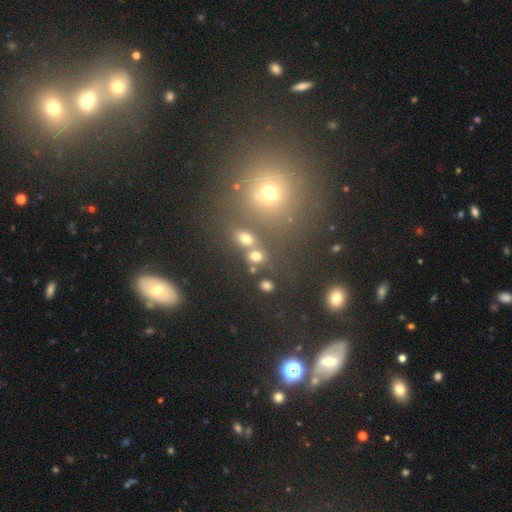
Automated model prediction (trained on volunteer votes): This is possibly a smooth galaxy (48%). Merging: likely none (69%).